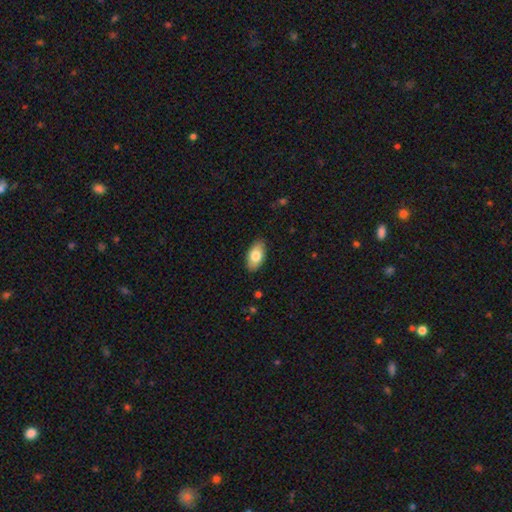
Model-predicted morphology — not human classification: Smooth or featured? smooth (80%)
How rounded? in between (94%)
Merging? none (88%)